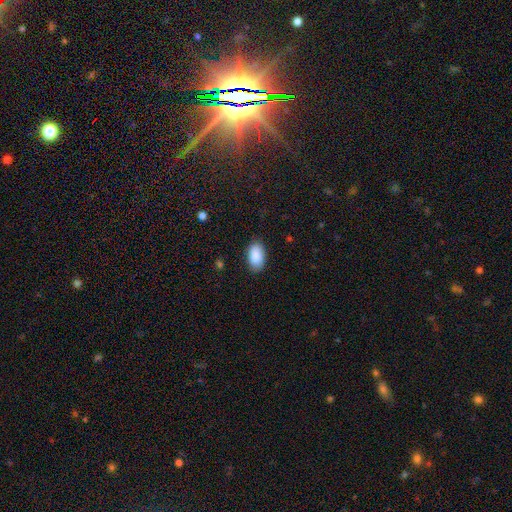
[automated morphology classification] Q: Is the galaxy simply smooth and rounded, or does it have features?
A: smooth — 90%.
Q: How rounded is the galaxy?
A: in between — 95%.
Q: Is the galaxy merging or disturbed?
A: none — 86%.